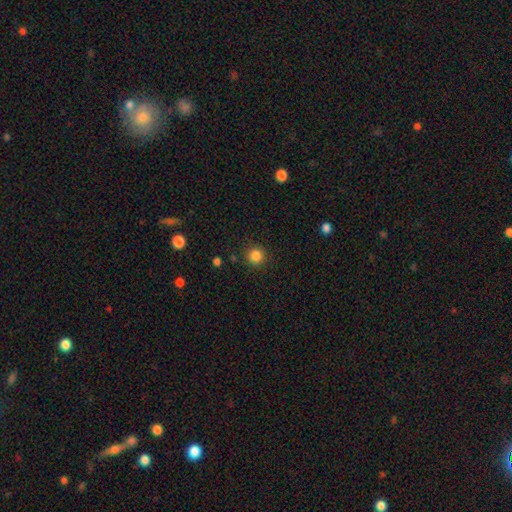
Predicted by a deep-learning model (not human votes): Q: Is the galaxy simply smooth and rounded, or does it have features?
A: smooth — 85%.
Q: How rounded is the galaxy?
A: round — 95%.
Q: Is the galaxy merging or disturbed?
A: none — 91%.